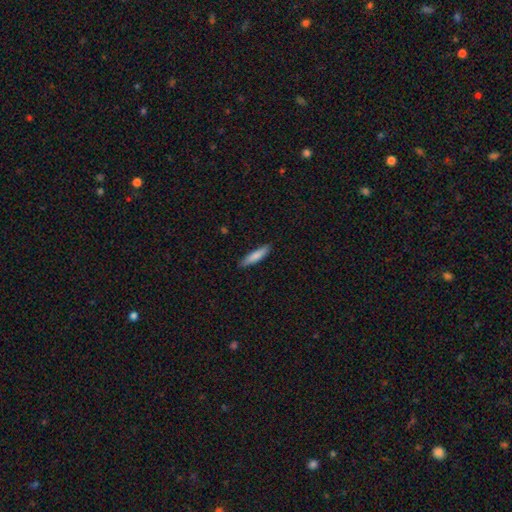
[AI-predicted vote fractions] This appears to be a smooth galaxy with no disk features (82%) that is cigar-shaped (81%). Merging: none (88%).